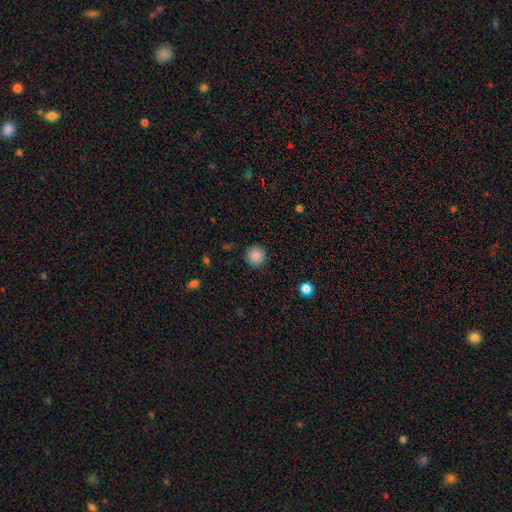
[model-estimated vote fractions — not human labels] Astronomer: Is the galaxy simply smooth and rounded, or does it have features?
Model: smooth — 87%.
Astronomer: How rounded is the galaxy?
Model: round — 95%.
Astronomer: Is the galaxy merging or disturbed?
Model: none — 90%.